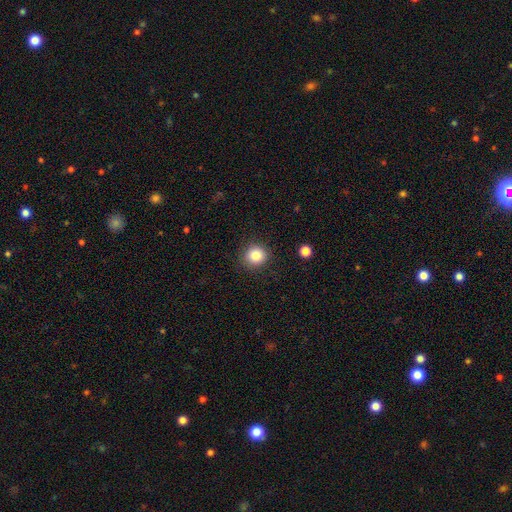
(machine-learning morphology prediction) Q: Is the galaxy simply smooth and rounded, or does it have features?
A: smooth — 84%.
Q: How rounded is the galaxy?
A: round — 89%.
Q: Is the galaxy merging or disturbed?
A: none — 89%.